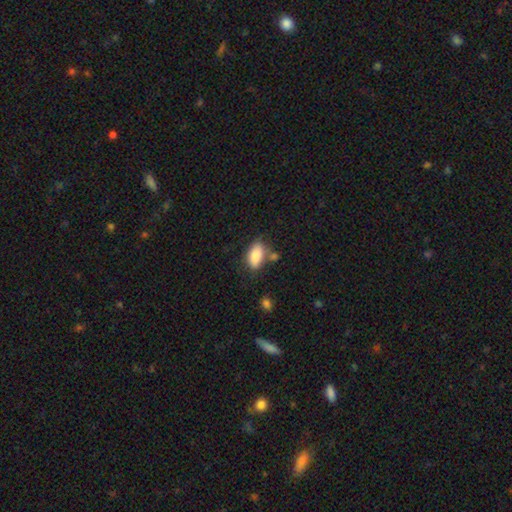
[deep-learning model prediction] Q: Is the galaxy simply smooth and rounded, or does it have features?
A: smooth — 84%.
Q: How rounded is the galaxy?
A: in between — 91%.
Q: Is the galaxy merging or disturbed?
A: none — 61%.